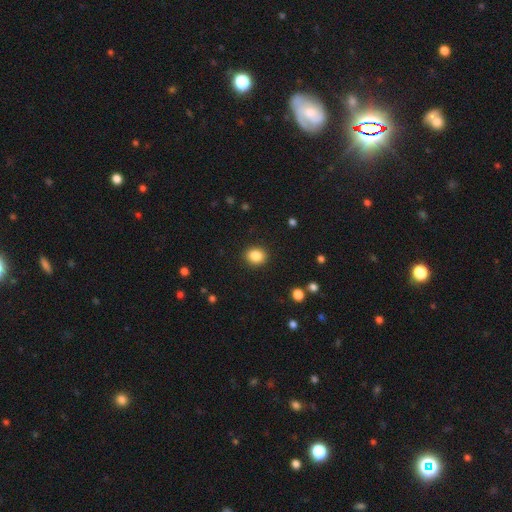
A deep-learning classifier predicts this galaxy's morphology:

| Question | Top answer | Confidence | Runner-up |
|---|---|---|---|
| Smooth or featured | smooth | 86% | star or artifact (10%) |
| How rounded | round | 72% | in between (27%) |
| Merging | none | 91% | minor disturbance (6%) |